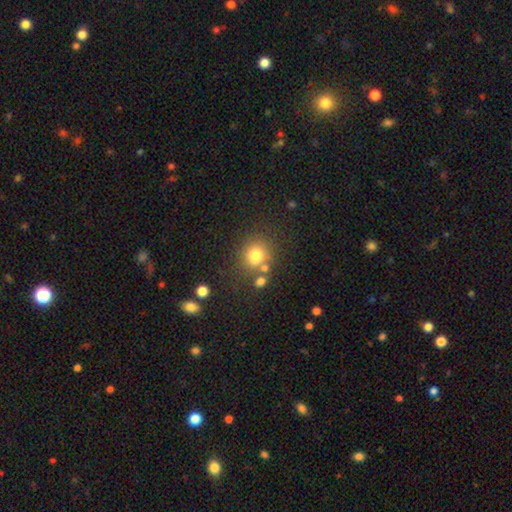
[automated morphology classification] type=smooth (75%); roundness=round (78%); merging=none (63%).